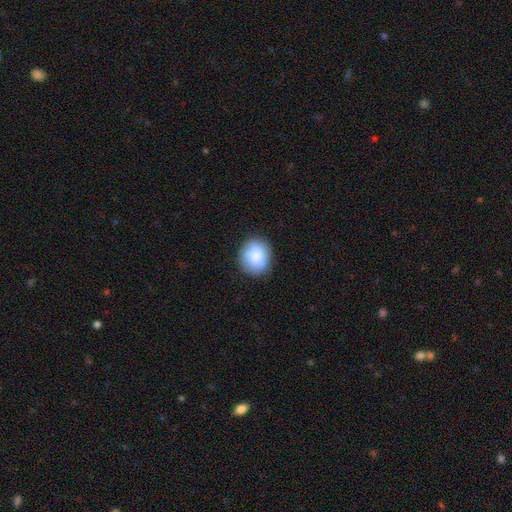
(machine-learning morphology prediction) This is likely a smooth galaxy (67%). How rounded: likely round (73%). Merging: clearly none (81%).